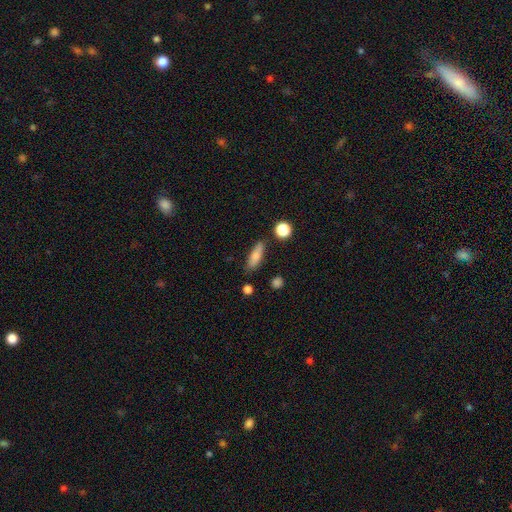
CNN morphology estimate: The model was most divided on "how rounded": in between: 51%, cigar-shaped: 45%, round: 4%. More confident: merging — none (77%); smooth or featured — smooth (77%).